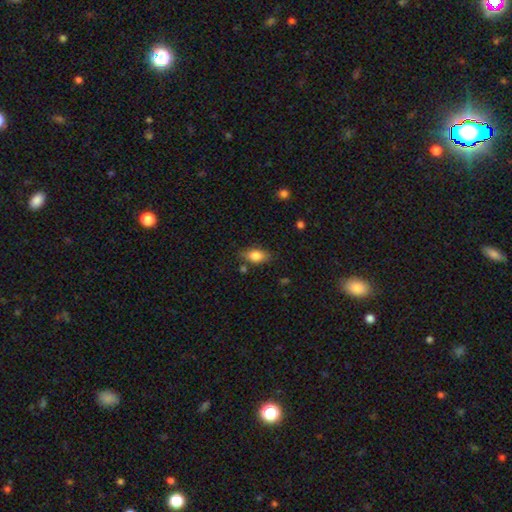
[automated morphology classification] This is clearly a smooth galaxy (82%). How rounded: clearly in between (86%). Merging: likely none (74%).